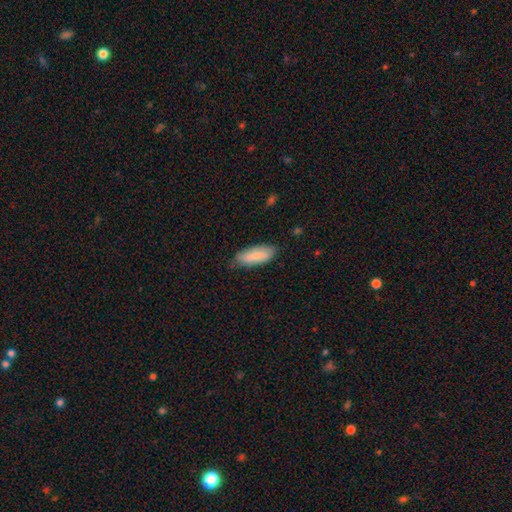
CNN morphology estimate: Smooth or featured? Predicted: smooth (p=0.80). How rounded? Predicted: in between (p=0.78). Merging? Predicted: none (p=0.75).